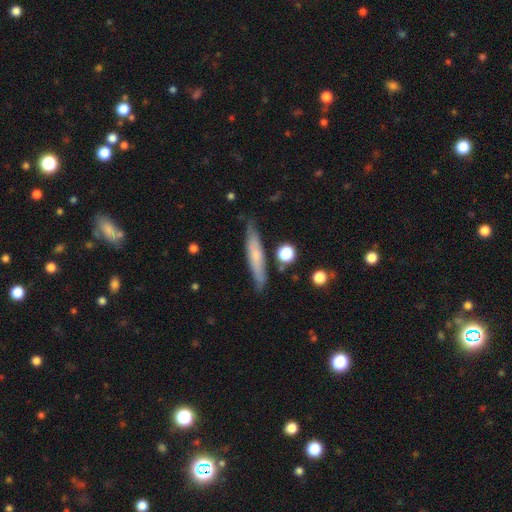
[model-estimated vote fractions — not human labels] Morphology: type=smooth (55%); roundness=cigar-shaped (90%); merging=none (82%).